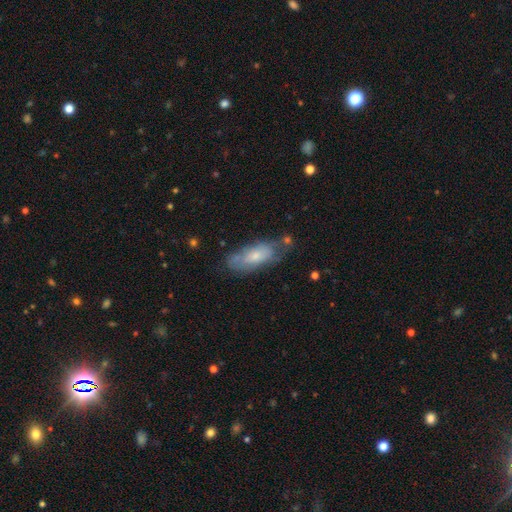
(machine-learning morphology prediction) smooth_or_featured: smooth (p=0.54) [alt: featured or disk p=0.39]
how_rounded: in between (p=0.76) [alt: cigar-shaped p=0.22]
merging: none (p=0.56) [alt: minor disturbance p=0.28]